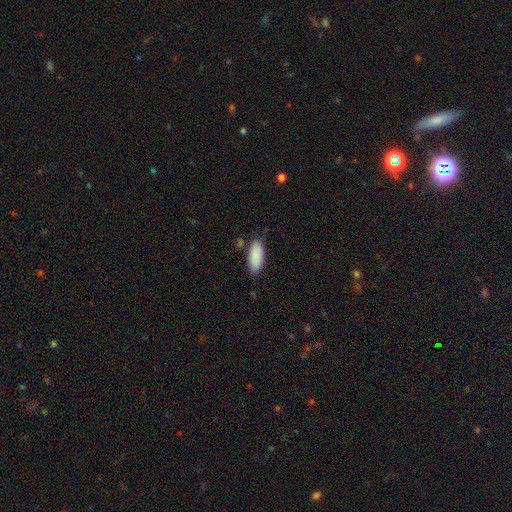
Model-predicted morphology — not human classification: Smooth or featured? smooth (90%)
How rounded? in between (82%)
Merging? none (82%)